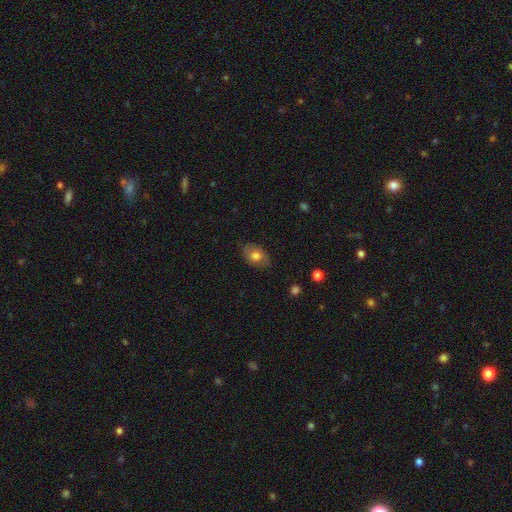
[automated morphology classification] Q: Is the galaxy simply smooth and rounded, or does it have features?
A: smooth — 64%.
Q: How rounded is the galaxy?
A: in between — 80%.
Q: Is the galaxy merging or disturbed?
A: none — 78%.